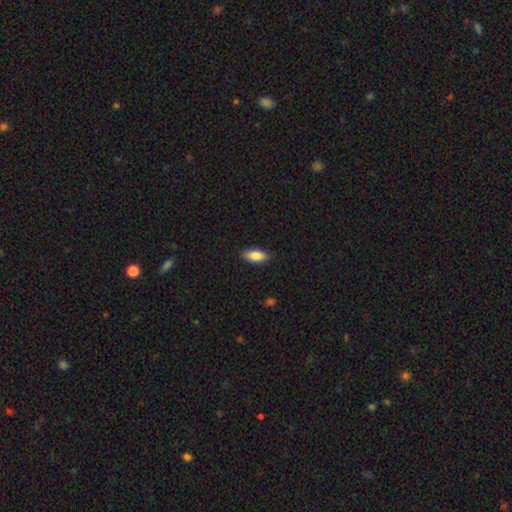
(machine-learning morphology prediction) Overall: smooth (86%). How rounded: in between (82%). Merging: none (87%).